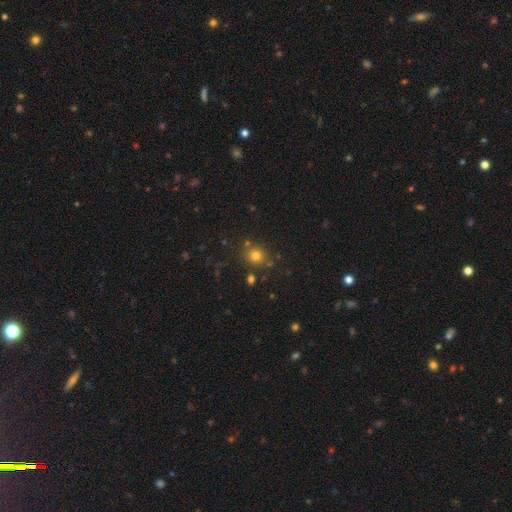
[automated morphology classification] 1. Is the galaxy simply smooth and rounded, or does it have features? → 76% smooth, 17% star or artifact, 7% featured or disk.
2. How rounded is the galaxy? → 84% round, 15% in between, 1% cigar-shaped.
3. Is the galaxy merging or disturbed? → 79% none, 10% minor disturbance, 7% merger, 3% major disturbance.